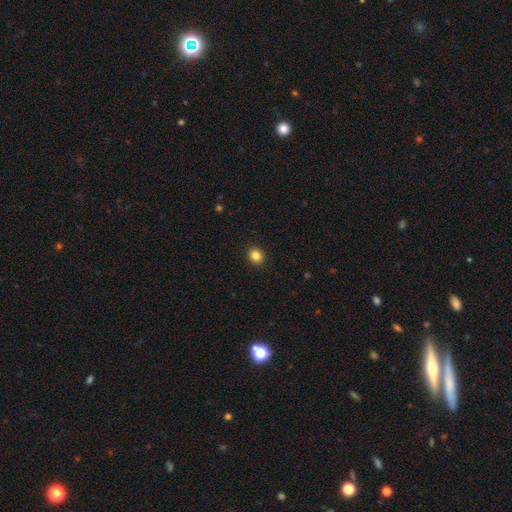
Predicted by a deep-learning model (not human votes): Q: Smooth or featured?
A: smooth (84%); runner-up: star or artifact (12%)
Q: How rounded?
A: round (82%); runner-up: in between (17%)
Q: Merging?
A: none (92%); runner-up: minor disturbance (5%)